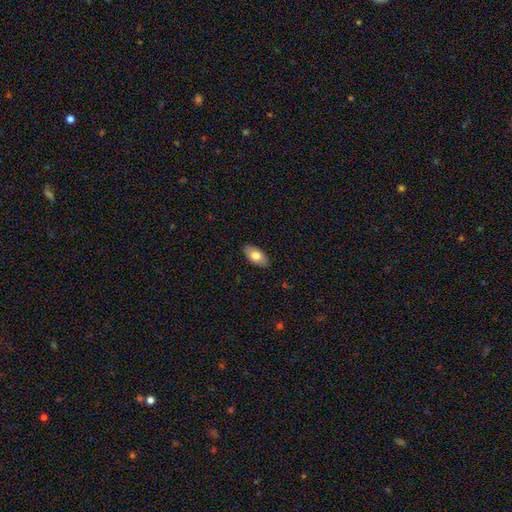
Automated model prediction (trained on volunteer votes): Smooth or featured?
  - smooth: 79% *
  - featured or disk: 15%
  - star or artifact: 6%
How rounded?
  - in between: 94% *
  - cigar-shaped: 3%
  - round: 3%
Merging?
  - none: 88% *
  - minor disturbance: 9%
  - major disturbance: 2%
  - merger: 1%